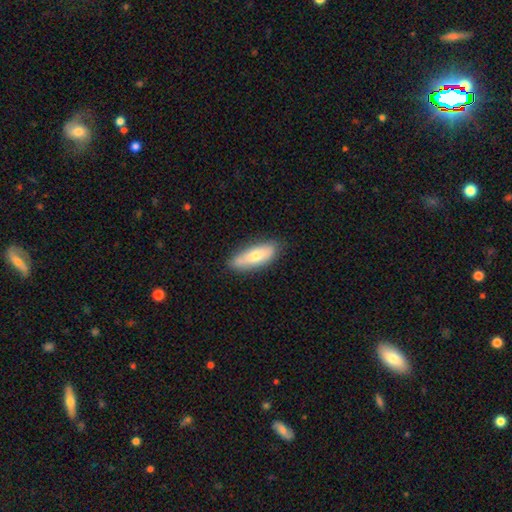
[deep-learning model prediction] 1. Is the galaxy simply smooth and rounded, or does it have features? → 68% smooth, 26% featured or disk, 6% star or artifact.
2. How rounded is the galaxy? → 68% in between, 29% cigar-shaped, 2% round.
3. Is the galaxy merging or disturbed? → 82% none, 14% minor disturbance, 3% major disturbance, 1% merger.